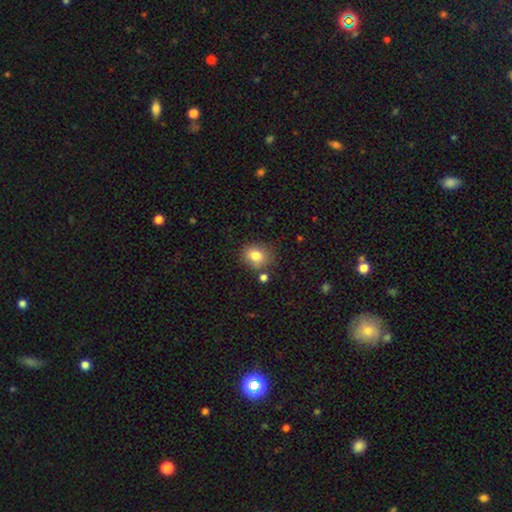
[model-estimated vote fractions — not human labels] A smooth galaxy with no disk features (81%) that is round (52%). Merging: none (73%).